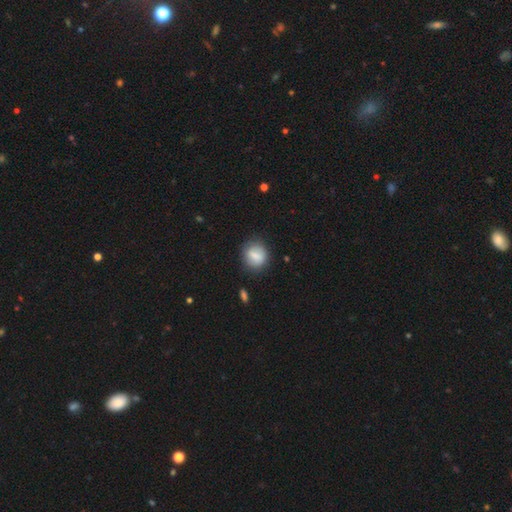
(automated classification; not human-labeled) Smooth or featured? Predicted: smooth (p=0.76). How rounded? Predicted: round (p=0.74). Merging? Predicted: none (p=0.79).